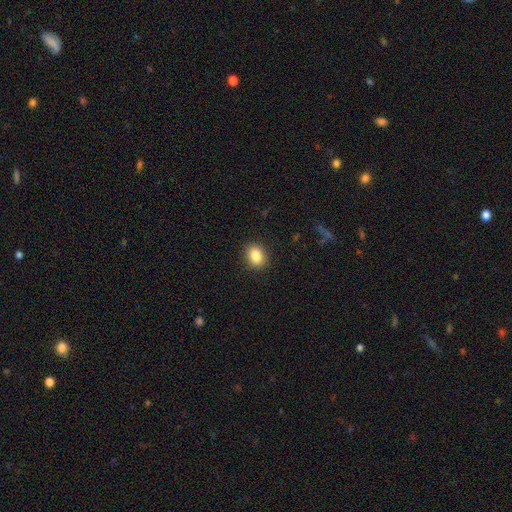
Volunteers were most divided on "how rounded": round: 58%, in between: 42%, cigar-shaped: 0%. More confident: merging — none (91%); smooth or featured — smooth (87%).